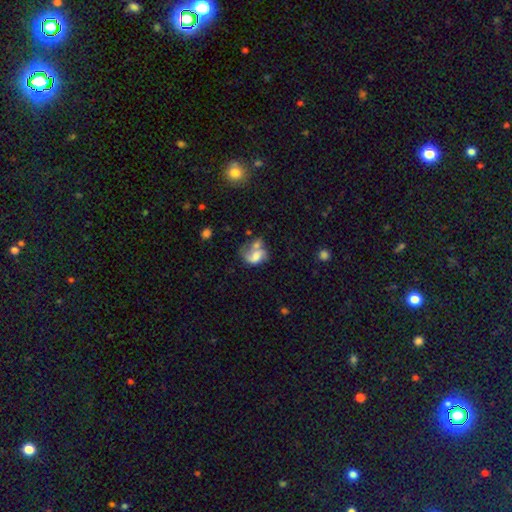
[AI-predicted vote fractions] The model was most divided on "smooth or featured": featured or disk: 46%, smooth: 44%, star or artifact: 10%. Remaining: merging — merger (34%).